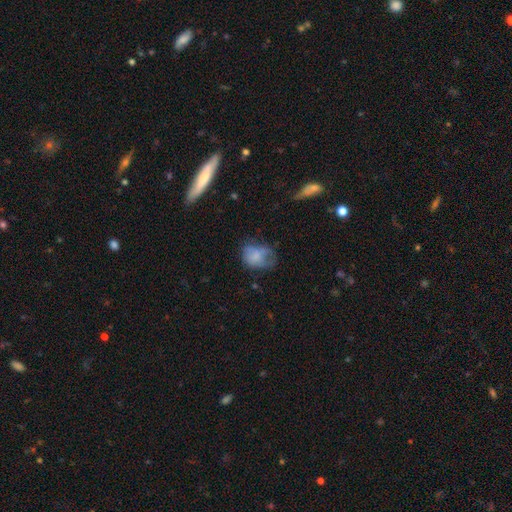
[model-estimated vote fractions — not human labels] A smooth galaxy with no disk features (68%) that is in between round and cigar-shaped (65%).

Vote fractions:
- Smooth or featured? smooth: 68% / featured or disk: 22% / star or artifact: 10%
- How rounded? in between: 65% / round: 34% / cigar-shaped: 1%
- Merging? none: 38% / minor disturbance: 33% / major disturbance: 26% / merger: 3%